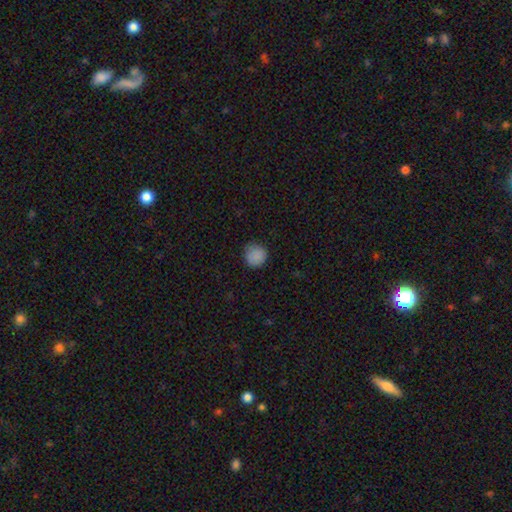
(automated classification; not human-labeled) Smooth or featured?
  - smooth: 87% *
  - star or artifact: 10%
  - featured or disk: 4%
How rounded?
  - round: 92% *
  - in between: 7%
  - cigar-shaped: 1%
Merging?
  - none: 82% *
  - minor disturbance: 15%
  - major disturbance: 3%
  - merger: 1%